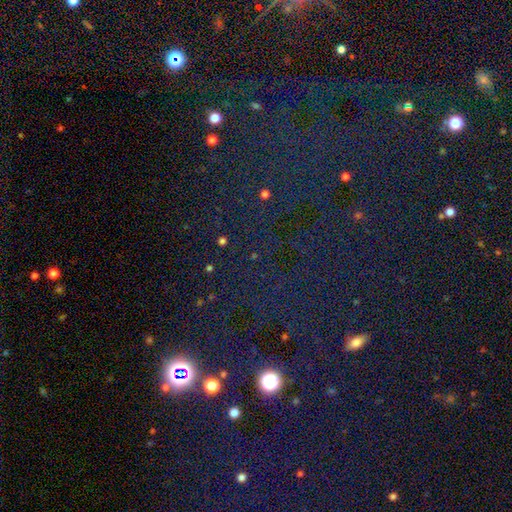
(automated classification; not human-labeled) This appears to be a star or artifact, not a galaxy (75%).